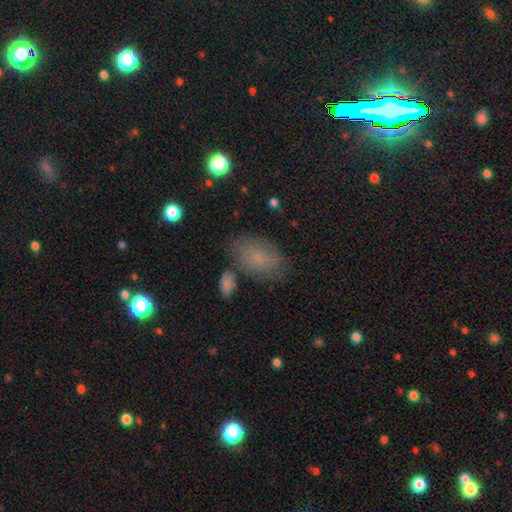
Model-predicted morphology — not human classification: smooth-or-featured: smooth: 57% | star or artifact: 26% | featured or disk: 17%
  how-rounded: in between: 84% | round: 14% | cigar-shaped: 2%
  merging: none: 73% | minor disturbance: 16% | merger: 6% | major disturbance: 6%